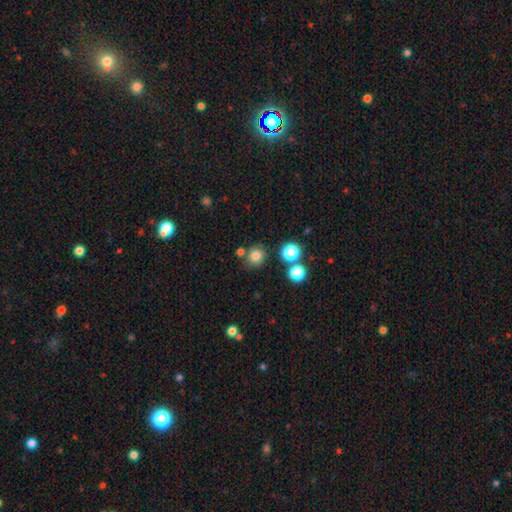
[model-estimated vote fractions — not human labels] Q: Smooth or featured?
A: smooth (79%); runner-up: star or artifact (15%)
Q: How rounded?
A: round (88%); runner-up: in between (11%)
Q: Merging?
A: none (77%); runner-up: merger (10%)